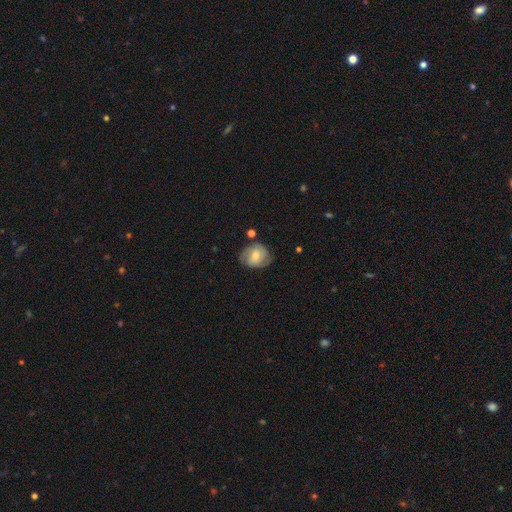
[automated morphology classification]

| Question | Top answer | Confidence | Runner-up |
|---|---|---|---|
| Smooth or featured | featured or disk | 54% | smooth (39%) |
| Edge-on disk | no | 97% | yes (3%) |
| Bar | no | 58% | weak (35%) |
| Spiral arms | yes | 82% | no (18%) |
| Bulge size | moderate | 50% | small (42%) |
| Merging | none | 66% | minor disturbance (23%) |